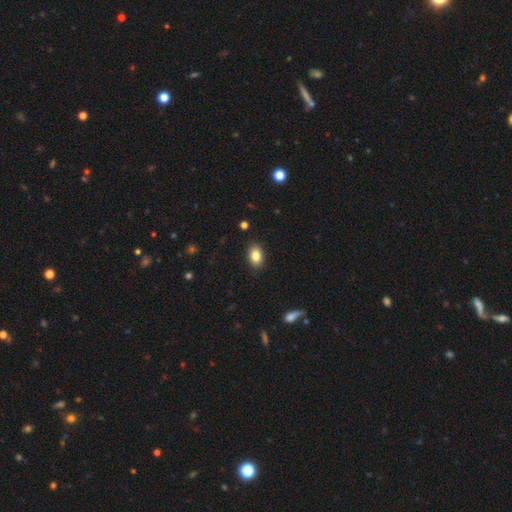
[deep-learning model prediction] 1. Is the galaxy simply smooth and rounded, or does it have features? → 84% smooth, 9% star or artifact, 7% featured or disk.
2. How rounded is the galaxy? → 84% in between, 14% round, 1% cigar-shaped.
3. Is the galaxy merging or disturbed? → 87% none, 9% minor disturbance, 2% major disturbance, 1% merger.